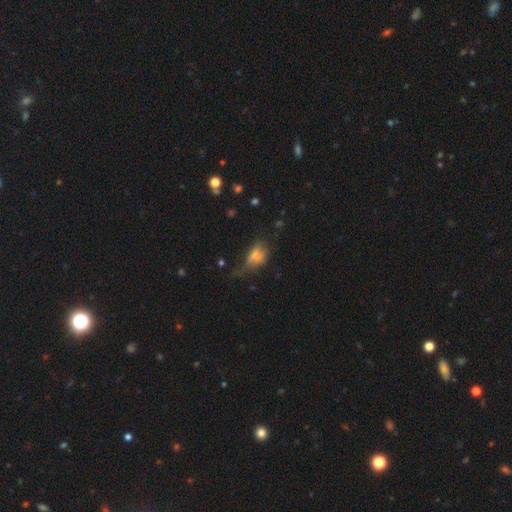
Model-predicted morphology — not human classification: A smooth galaxy with no disk features (59%) that is in between round and cigar-shaped (79%). Merging: major disturbance (37%).